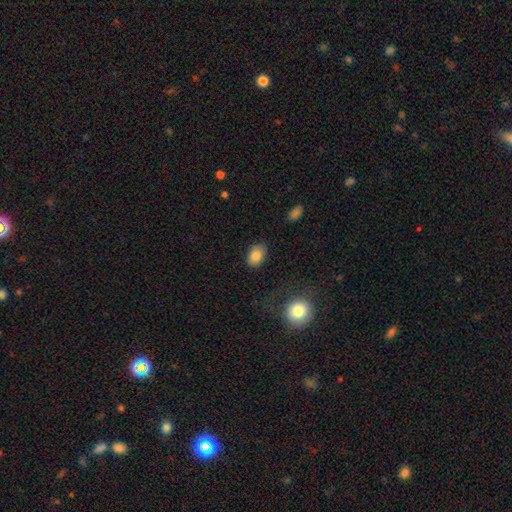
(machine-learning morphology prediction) A smooth galaxy with no disk features (84%) that is in between round and cigar-shaped (82%).

Vote fractions:
- Smooth or featured? smooth: 84% / star or artifact: 8% / featured or disk: 7%
- How rounded? in between: 82% / round: 17% / cigar-shaped: 1%
- Merging? none: 84% / minor disturbance: 11% / major disturbance: 3% / merger: 2%